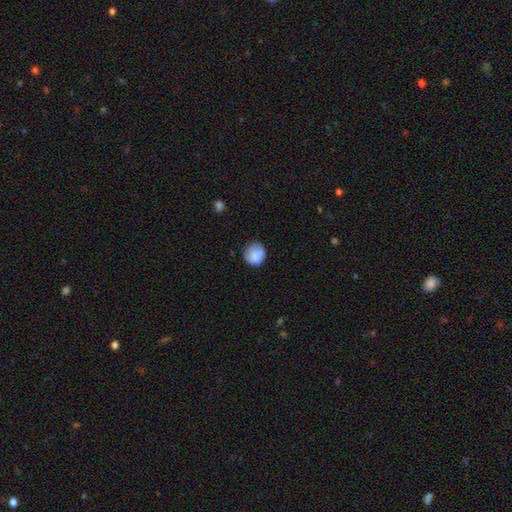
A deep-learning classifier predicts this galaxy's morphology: A smooth galaxy with no disk features (83%) that is round (85%). Merging: none (69%).